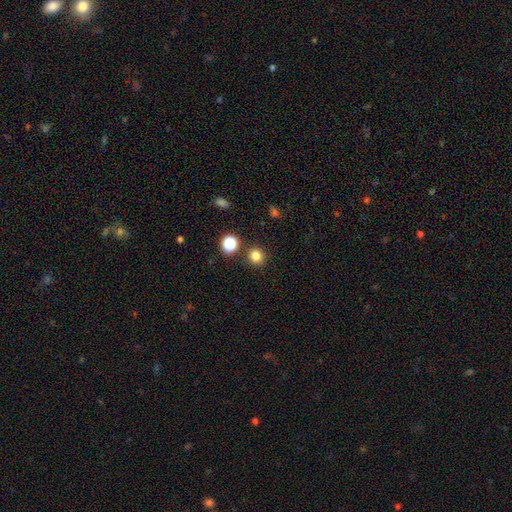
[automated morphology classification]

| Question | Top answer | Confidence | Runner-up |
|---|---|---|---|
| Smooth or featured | smooth | 80% | star or artifact (15%) |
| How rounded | round | 90% | in between (9%) |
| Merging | none | 88% | minor disturbance (6%) |